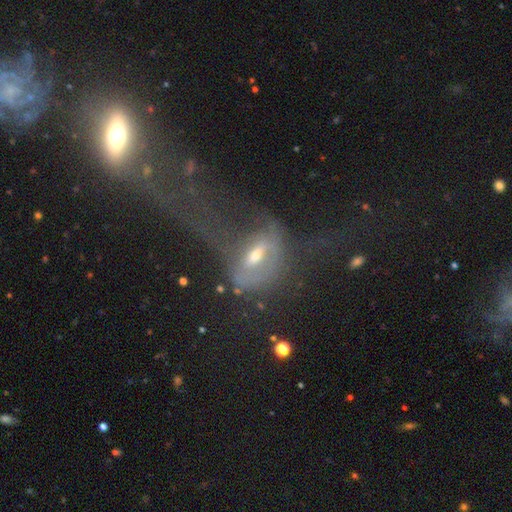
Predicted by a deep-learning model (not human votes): This appears to be a featured or disk galaxy (61%) with a weak bar (37%), no spiral arms (60%) and a moderate central bulge (57%). Merging: major disturbance (59%).